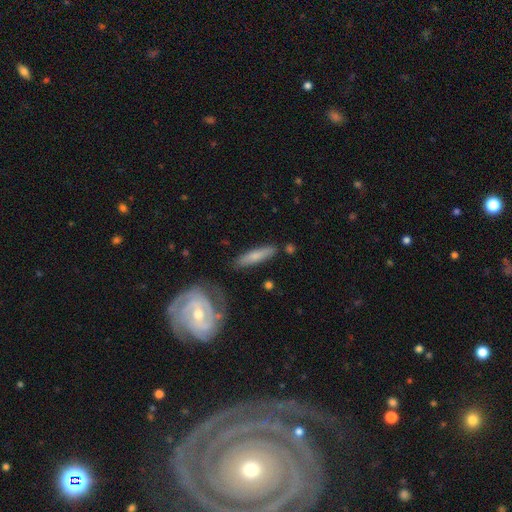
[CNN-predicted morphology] This is likely a smooth galaxy (66%). How rounded: clearly cigar-shaped (81%). Merging: likely none (79%).